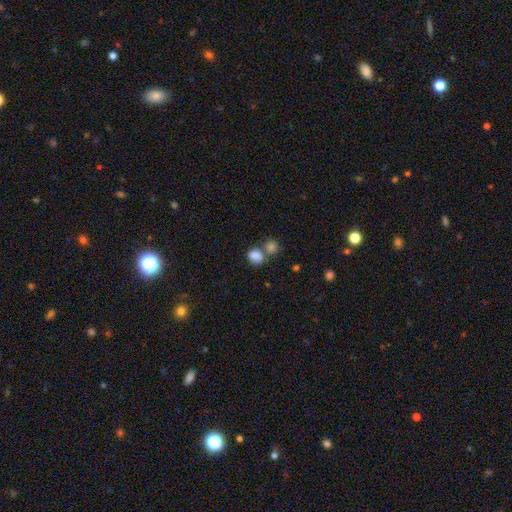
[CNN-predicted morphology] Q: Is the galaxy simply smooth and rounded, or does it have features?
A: smooth — 83%.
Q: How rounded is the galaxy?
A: round — 55%.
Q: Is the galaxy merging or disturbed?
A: merger — 44%.